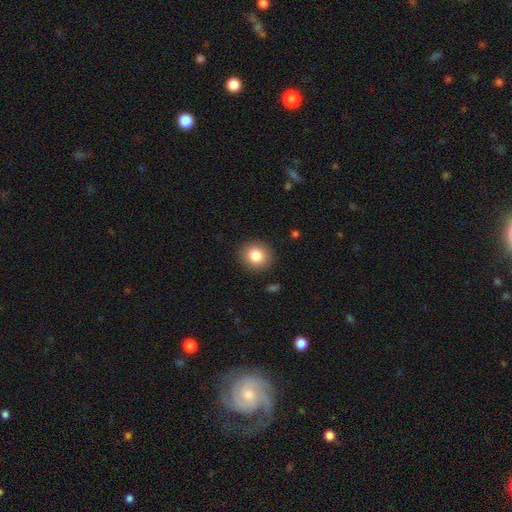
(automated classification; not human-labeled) Smooth or featured: smooth — 83% (star or artifact — 9%)
How rounded: round — 85% (in between — 14%)
Merging: none — 90% (minor disturbance — 7%)